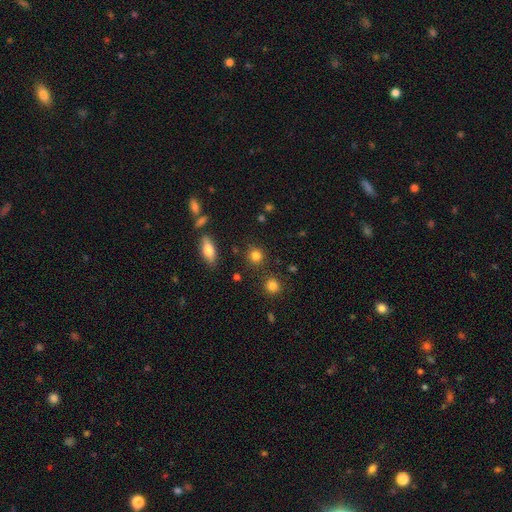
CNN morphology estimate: This is clearly a smooth galaxy (83%). How rounded: clearly round (86%). Merging: clearly none (85%).